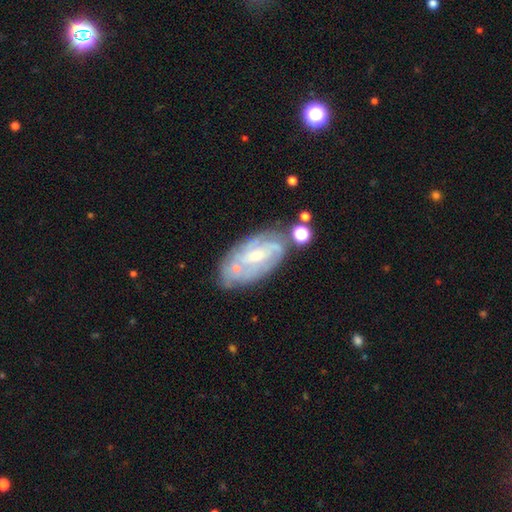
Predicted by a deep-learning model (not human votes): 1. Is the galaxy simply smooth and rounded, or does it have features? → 75% featured or disk, 18% smooth, 7% star or artifact.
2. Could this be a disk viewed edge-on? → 94% no, 6% yes.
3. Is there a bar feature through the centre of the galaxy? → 48% no, 40% weak, 12% strong.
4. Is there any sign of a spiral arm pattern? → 86% yes, 14% no.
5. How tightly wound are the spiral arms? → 57% tight, 33% medium, 11% loose.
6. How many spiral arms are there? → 43% can't tell, 29% 2, 15% 3, 6% 4, 5% 1, 3% more than 4.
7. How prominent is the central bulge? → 59% small, 33% moderate, 4% none, 2% large, 1% dominant.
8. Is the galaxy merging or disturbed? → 59% none, 21% minor disturbance, 11% merger, 9% major disturbance.